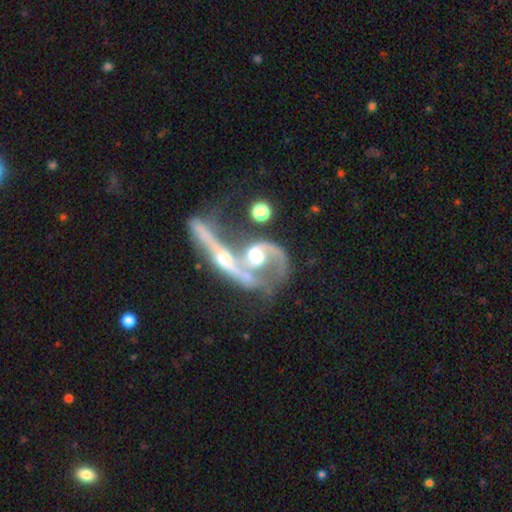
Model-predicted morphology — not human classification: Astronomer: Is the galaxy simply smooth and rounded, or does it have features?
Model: featured or disk — 83%.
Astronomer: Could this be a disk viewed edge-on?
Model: no — 90%.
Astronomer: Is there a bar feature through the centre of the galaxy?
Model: no — 61%.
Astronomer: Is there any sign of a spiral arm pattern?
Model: yes — 86%.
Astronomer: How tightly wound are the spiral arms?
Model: loose — 49% (runner-up: medium, 35%).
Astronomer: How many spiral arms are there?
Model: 2 — 72%.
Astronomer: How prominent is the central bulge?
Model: moderate — 65%.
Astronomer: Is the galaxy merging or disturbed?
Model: merger — 68%.